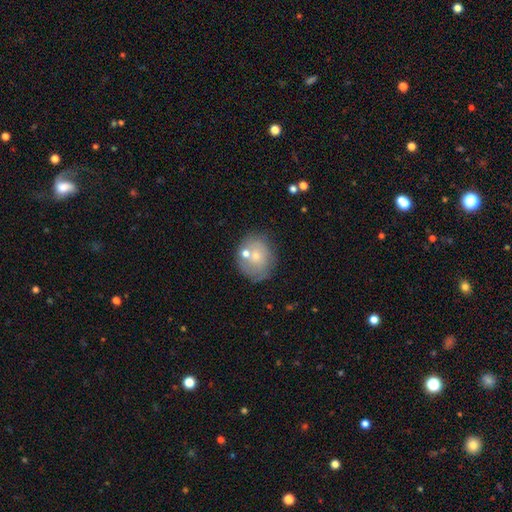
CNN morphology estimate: This appears to be a smooth galaxy with no disk features (53%) that is round (65%). Merging: none (63%).